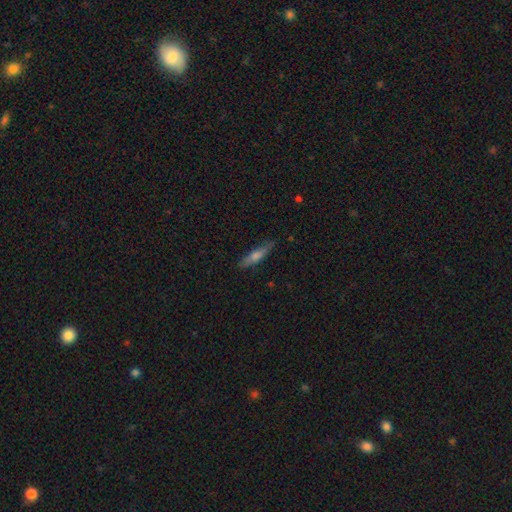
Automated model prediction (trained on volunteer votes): Overall: smooth (55%; featured or disk 38%). How rounded: cigar-shaped (84%). Merging: none (83%).